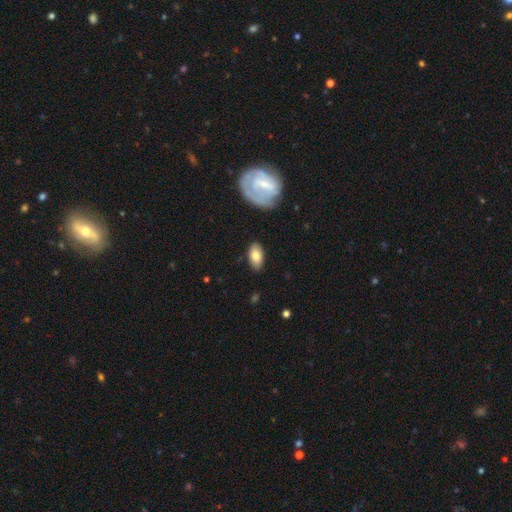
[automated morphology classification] smooth 80%, featured or disk 13%, star or artifact 7%. Down the decision tree: how rounded — in between (93%); merging — none (84%).